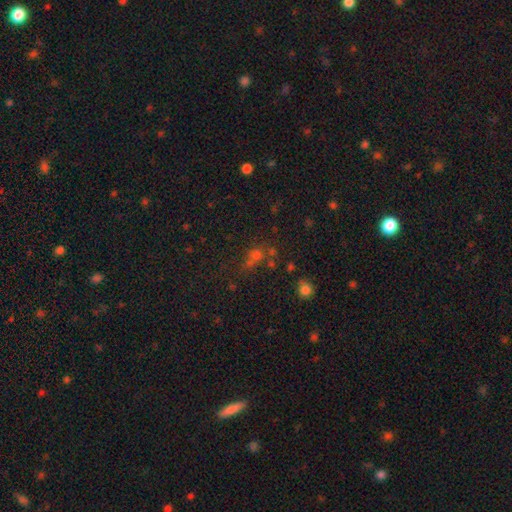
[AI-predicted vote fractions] Q: Smooth or featured?
A: smooth (49%); runner-up: star or artifact (39%)
Q: Merging?
A: none (50%); runner-up: merger (28%)